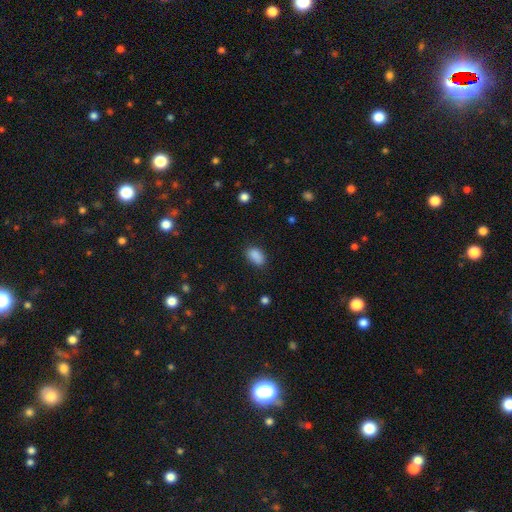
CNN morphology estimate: A smooth galaxy with no disk features (88%) that is in between round and cigar-shaped (91%).

Vote fractions:
- Smooth or featured? smooth: 88% / star or artifact: 9% / featured or disk: 3%
- How rounded? in between: 91% / round: 7% / cigar-shaped: 2%
- Merging? none: 79% / minor disturbance: 15% / major disturbance: 4% / merger: 1%